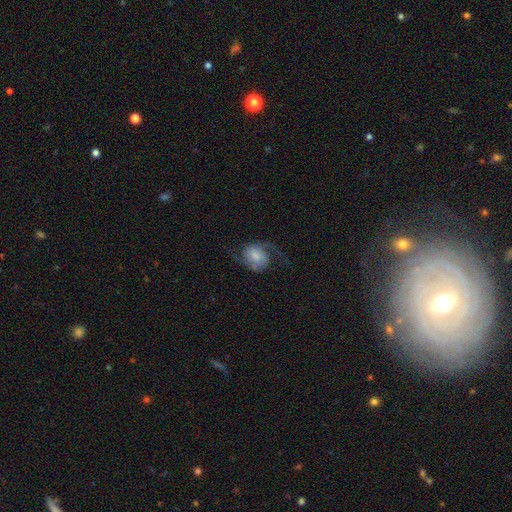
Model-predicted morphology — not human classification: type=featured or disk (76%); edge-on=no (98%); bar=no (48%); spiral arms=yes (96%); winding=loose (54%); arm count=2 (92%); bulge=moderate (30%); merging=none (69%).